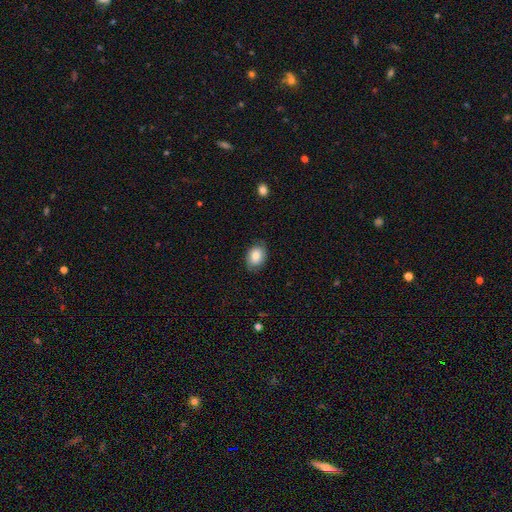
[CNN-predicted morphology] A smooth galaxy with no disk features (76%) that is in between round and cigar-shaped (72%). Merging: none (78%).